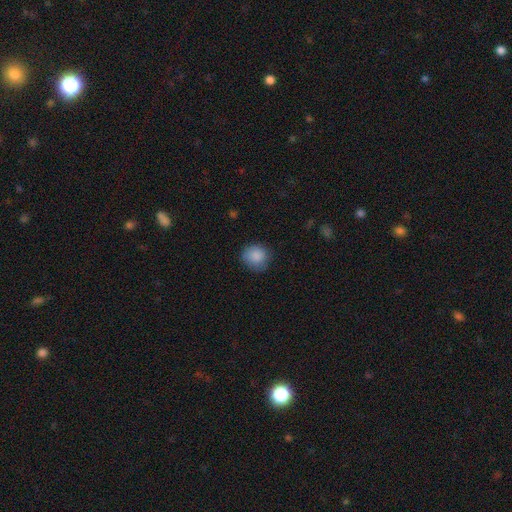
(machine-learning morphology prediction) type=smooth (88%); roundness=round (86%); merging=none (80%).